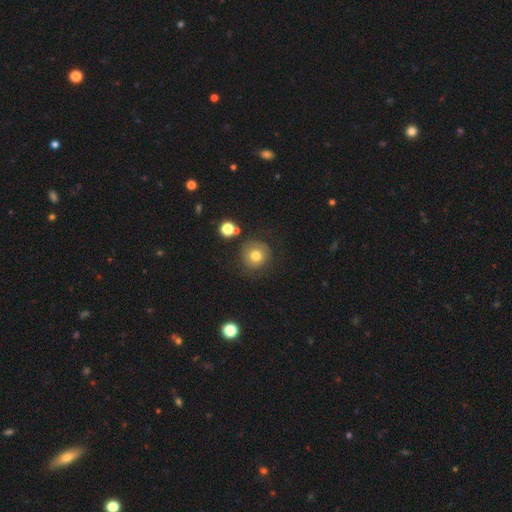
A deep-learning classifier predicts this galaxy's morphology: Smooth or featured? smooth (75%)
How rounded? round (92%)
Merging? none (77%)